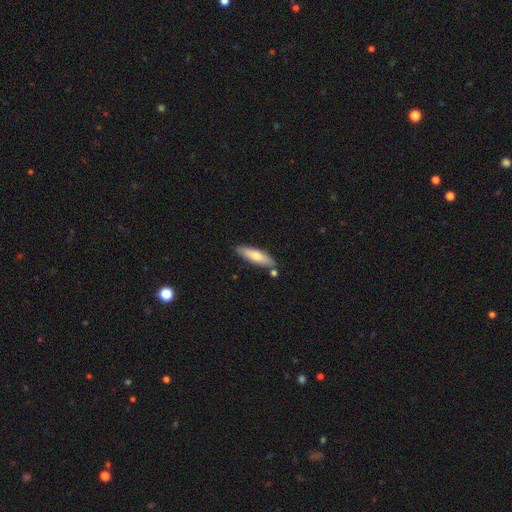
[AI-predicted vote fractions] smooth-or-featured: smooth: 67% | featured or disk: 27% | star or artifact: 6%
  how-rounded: cigar-shaped: 63% | in between: 36% | round: 2%
  merging: none: 79% | minor disturbance: 12% | merger: 6% | major disturbance: 2%